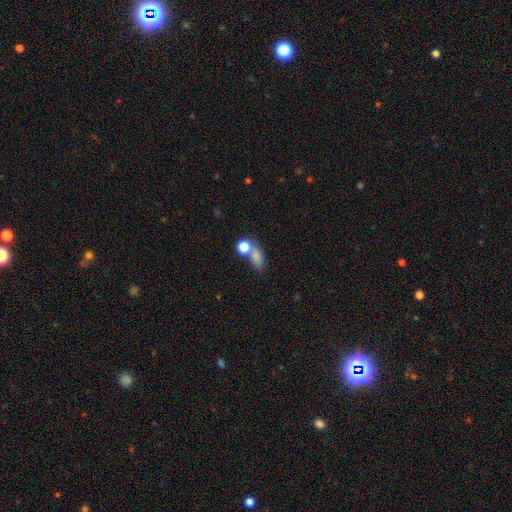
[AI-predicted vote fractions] smooth-or-featured: smooth: 76% | star or artifact: 14% | featured or disk: 10%
  how-rounded: in between: 66% | round: 26% | cigar-shaped: 7%
  merging: none: 44% | merger: 33% | minor disturbance: 14% | major disturbance: 9%